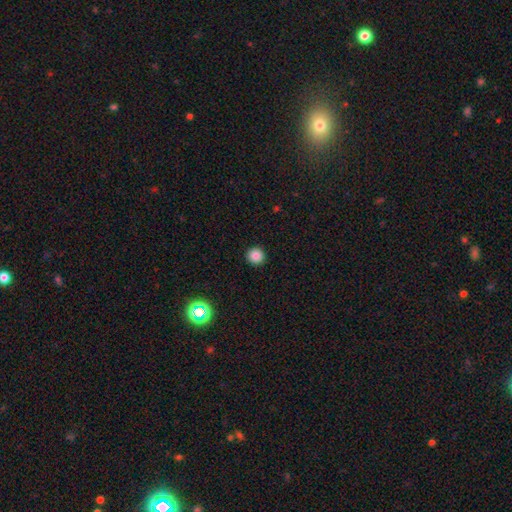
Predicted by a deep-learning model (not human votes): Smooth or featured?
  - smooth: 84% *
  - star or artifact: 12%
  - featured or disk: 4%
How rounded?
  - round: 96% *
  - in between: 3%
  - cigar-shaped: 1%
Merging?
  - none: 93% *
  - minor disturbance: 4%
  - major disturbance: 2%
  - merger: 1%